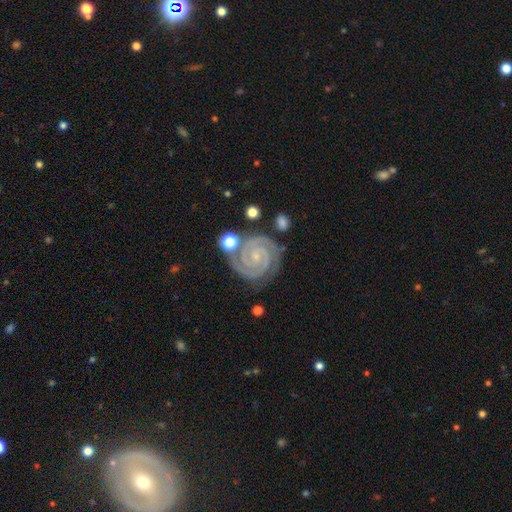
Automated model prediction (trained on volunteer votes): smooth_or_featured: featured or disk (p=0.93) [alt: star or artifact p=0.04]
disk_edge_on: no (p=0.98) [alt: yes p=0.02]
bar: no (p=0.63) [alt: weak p=0.25]
has_spiral_arms: yes (p=0.99) [alt: no p=0.01]
spiral_winding: tight (p=0.85) [alt: medium p=0.13]
spiral_arm_count: 2 (p=0.82) [alt: 3 p=0.10]
bulge_size: small (p=0.79) [alt: moderate p=0.11]
merging: none (p=0.80) [alt: minor disturbance p=0.13]